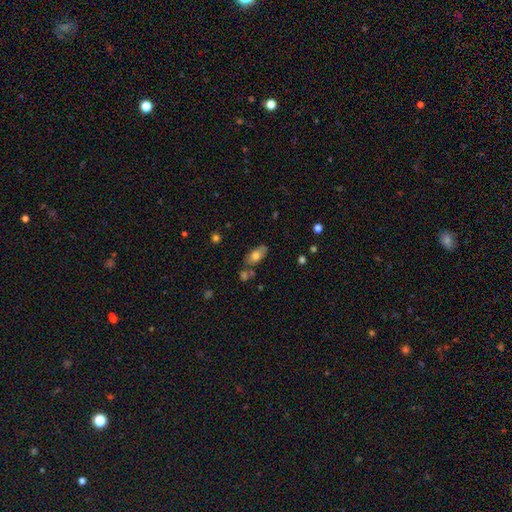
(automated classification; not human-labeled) Overall: smooth (72%). How rounded: in between (87%). Merging: none (64%).